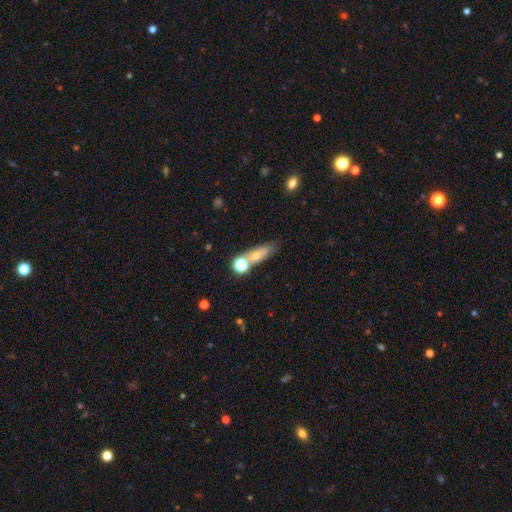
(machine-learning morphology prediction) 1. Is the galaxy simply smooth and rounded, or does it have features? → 66% smooth, 20% featured or disk, 13% star or artifact.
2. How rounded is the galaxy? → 48% in between, 38% cigar-shaped, 14% round.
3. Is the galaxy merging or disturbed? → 55% none, 21% merger, 16% minor disturbance, 7% major disturbance.